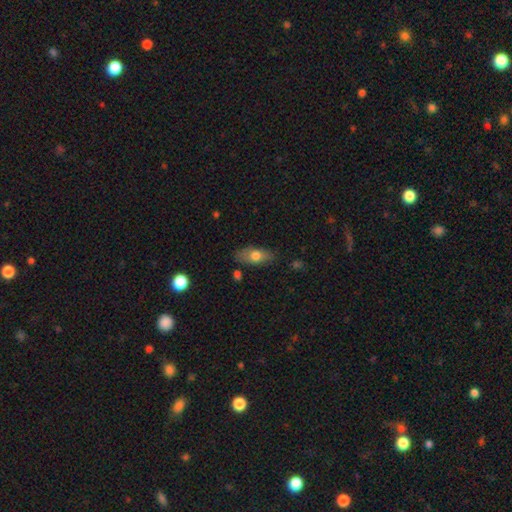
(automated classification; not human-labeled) A smooth galaxy with no disk features (70%) that is in between round and cigar-shaped (83%).

Vote fractions:
- Smooth or featured? smooth: 70% / featured or disk: 23% / star or artifact: 7%
- How rounded? in between: 83% / cigar-shaped: 12% / round: 5%
- Merging? none: 79% / minor disturbance: 15% / major disturbance: 3% / merger: 3%